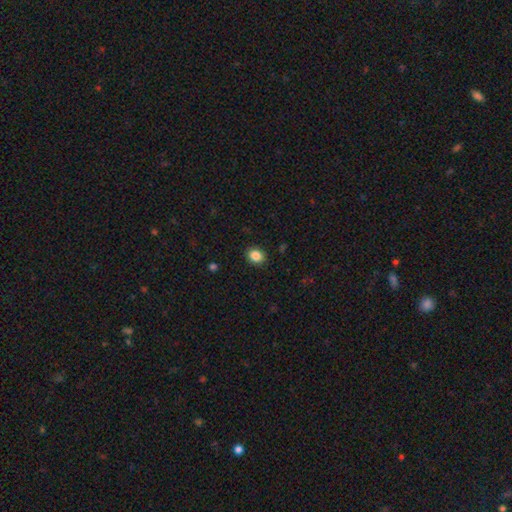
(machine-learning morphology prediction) Smooth or featured? smooth (86%)
How rounded? round (56%)
Merging? none (90%)